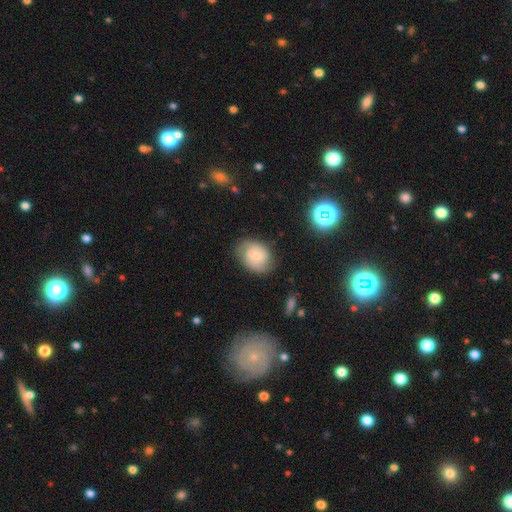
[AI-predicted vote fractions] The model was most divided on "bar": no: 47%, weak: 43%, strong: 10%. More confident: edge-on disk — no (96%); spiral arms — yes (84%); merging — none (72%); smooth or featured — featured or disk (58%); bulge size — small (55%).